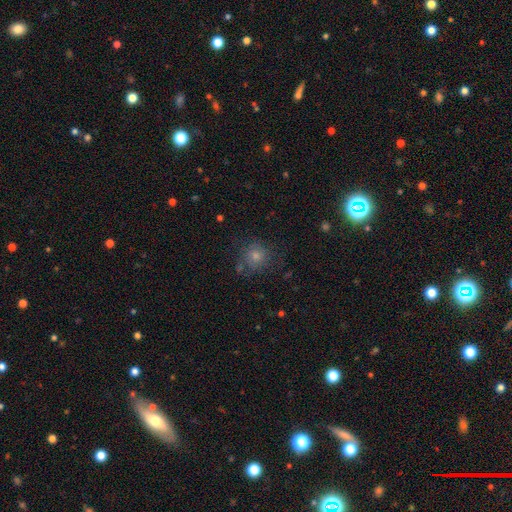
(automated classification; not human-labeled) smooth 55%, star or artifact 30%, featured or disk 15%. Down the decision tree: how rounded — round (90%); merging — none (77%).